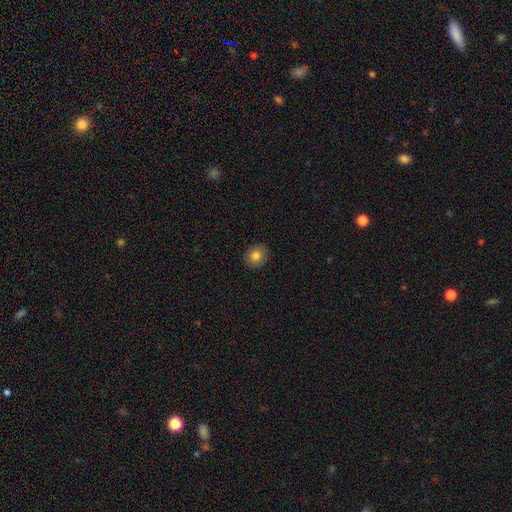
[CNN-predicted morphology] Smooth or featured?
  - smooth: 81% *
  - star or artifact: 10%
  - featured or disk: 9%
How rounded?
  - round: 70% *
  - in between: 29%
  - cigar-shaped: 1%
Merging?
  - none: 90% *
  - minor disturbance: 7%
  - major disturbance: 2%
  - merger: 1%